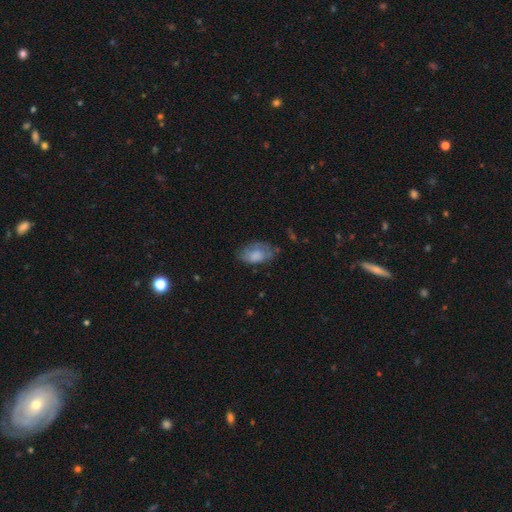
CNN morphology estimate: smooth_or_featured: smooth (p=0.74) [alt: featured or disk p=0.18]
how_rounded: in between (p=0.91) [alt: round p=0.08]
merging: none (p=0.57) [alt: minor disturbance p=0.29]